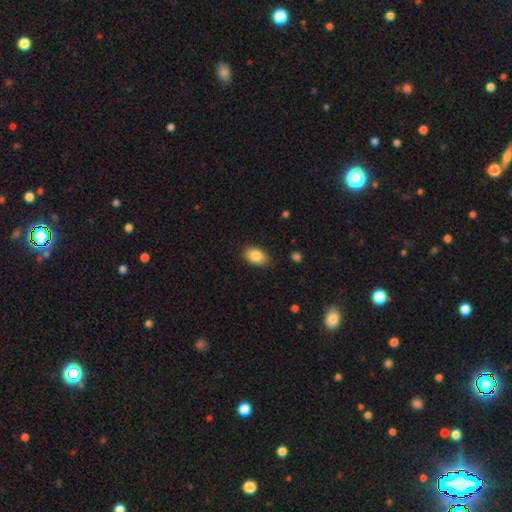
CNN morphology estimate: A smooth galaxy with no disk features (86%) that is in between round and cigar-shaped (90%). Merging: none (85%).